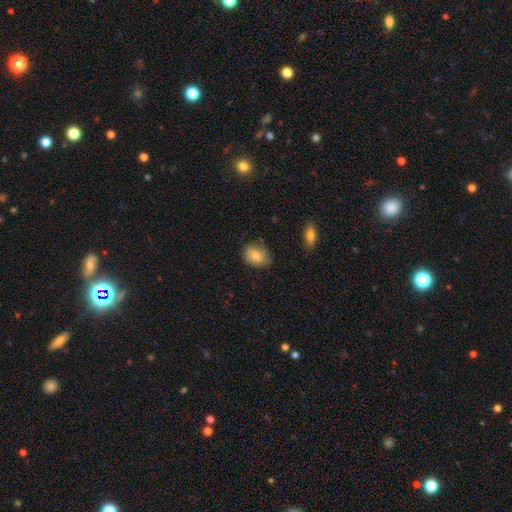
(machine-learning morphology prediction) smooth_or_featured: smooth (p=0.79) [alt: featured or disk p=0.13]
how_rounded: in between (p=0.63) [alt: round p=0.35]
merging: none (p=0.74) [alt: minor disturbance p=0.20]